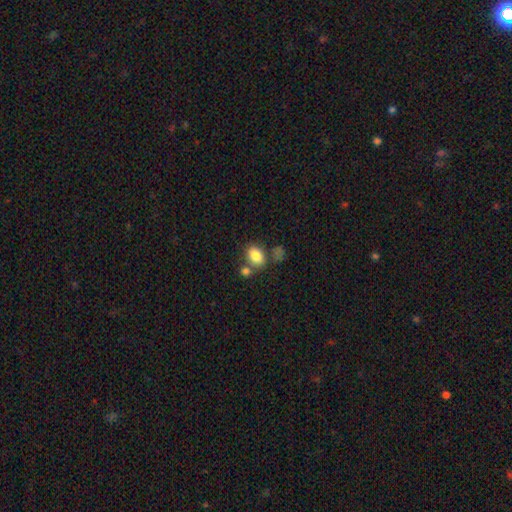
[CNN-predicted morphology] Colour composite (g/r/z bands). It shows a smooth galaxy with no disk features (83%) that is in between round and cigar-shaped (72%). Merging: none (58%).